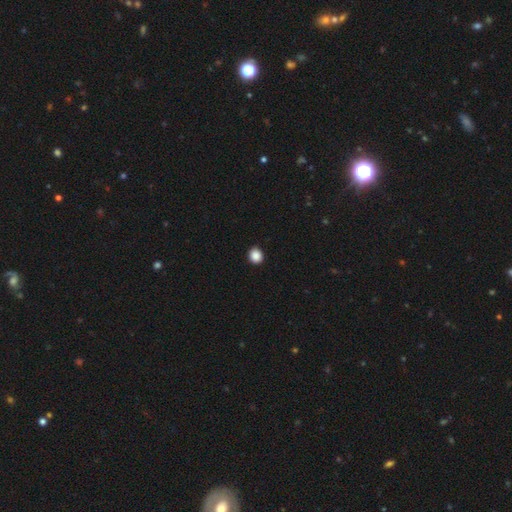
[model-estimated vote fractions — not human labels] This is clearly a smooth galaxy (88%). How rounded: likely round (75%). Merging: clearly none (91%).